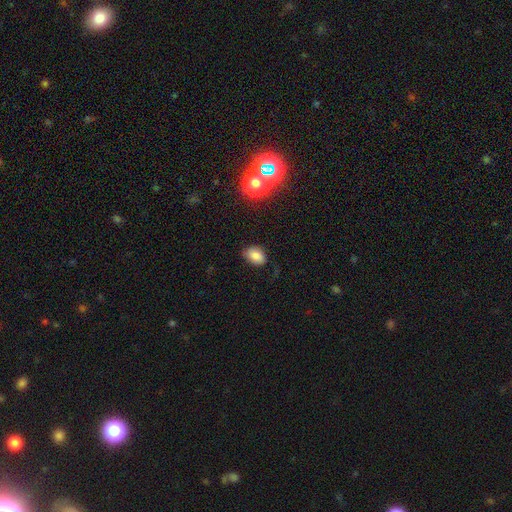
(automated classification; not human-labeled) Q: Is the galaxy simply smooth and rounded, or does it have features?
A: smooth — 81%.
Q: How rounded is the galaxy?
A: in between — 82%.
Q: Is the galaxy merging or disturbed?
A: none — 75%.